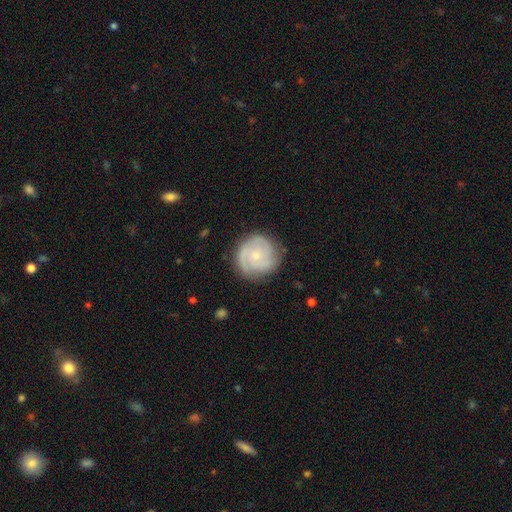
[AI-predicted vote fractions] This is likely a featured or disk galaxy (72%). It is clearly not viewed edge-on (98%). Bar: likely no (77%). Spiral arm pattern: clearly yes (92%). Spiral arm count: marginally 3 (35%). Spiral winding: likely tight (60%). Central bulge: likely small (71%). Merging: likely none (78%).